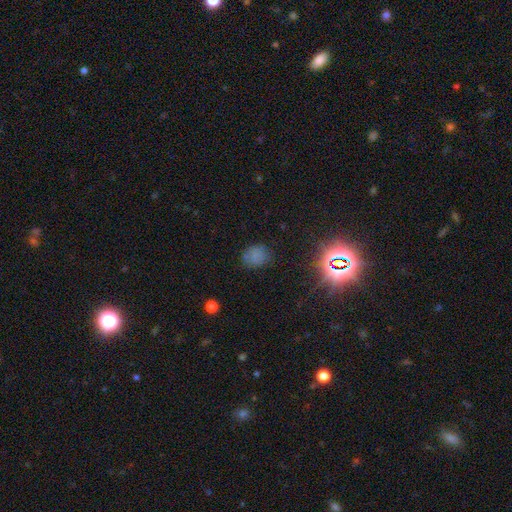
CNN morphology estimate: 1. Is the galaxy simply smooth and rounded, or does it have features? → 69% smooth, 22% star or artifact, 9% featured or disk.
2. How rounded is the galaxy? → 64% round, 35% in between, 1% cigar-shaped.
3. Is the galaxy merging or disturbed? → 75% none, 17% minor disturbance, 5% major disturbance, 3% merger.